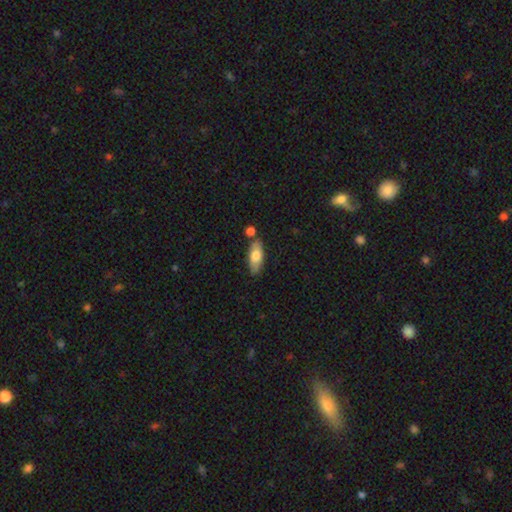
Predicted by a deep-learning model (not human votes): Smooth or featured: smooth — 72% (featured or disk — 21%)
How rounded: in between — 78% (cigar-shaped — 19%)
Merging: none — 72% (minor disturbance — 15%)